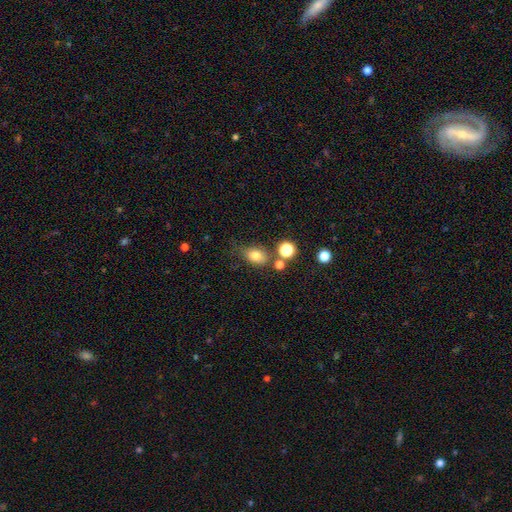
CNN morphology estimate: This appears to be a smooth galaxy with no disk features (78%) that is in between round and cigar-shaped (68%). Merging: none (66%).